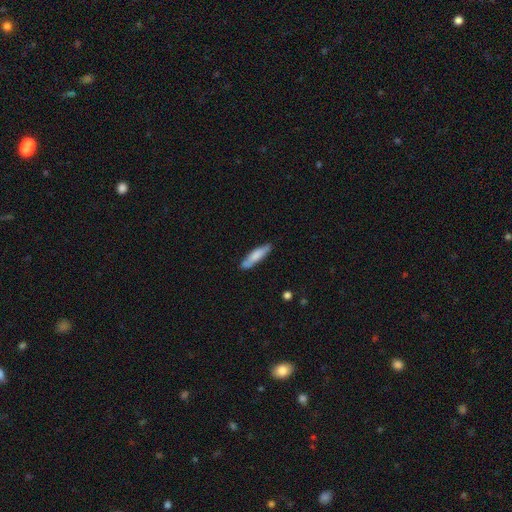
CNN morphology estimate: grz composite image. It shows a smooth galaxy with no disk features (73%) that is cigar-shaped (75%). Merging: none (77%).